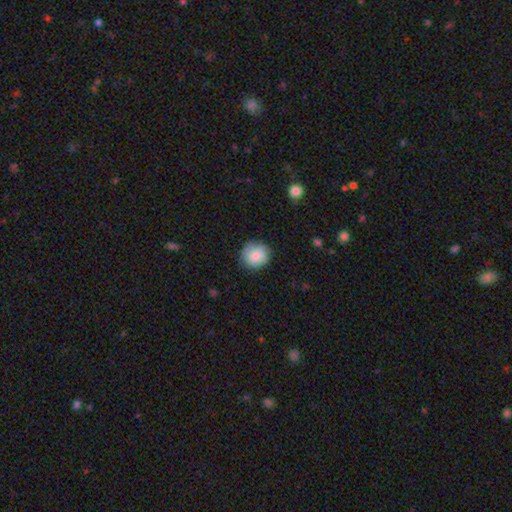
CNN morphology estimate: The model was most divided on "merging": none: 78%, minor disturbance: 17%, major disturbance: 4%, merger: 1%. More confident: smooth or featured — smooth (83%); how rounded — round (82%).